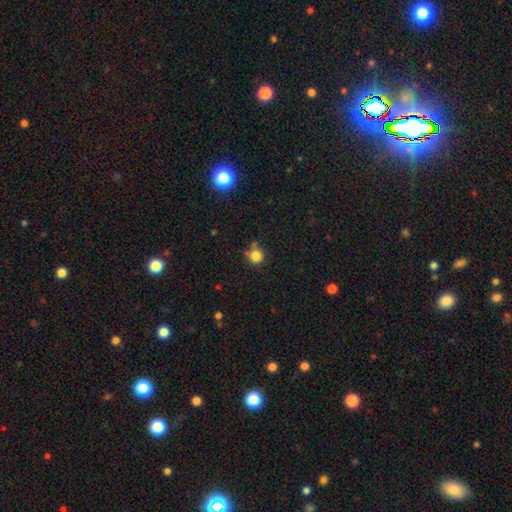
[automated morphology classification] Smooth or featured: smooth — 82% (star or artifact — 12%)
How rounded: round — 90% (in between — 9%)
Merging: none — 65% (minor disturbance — 18%)